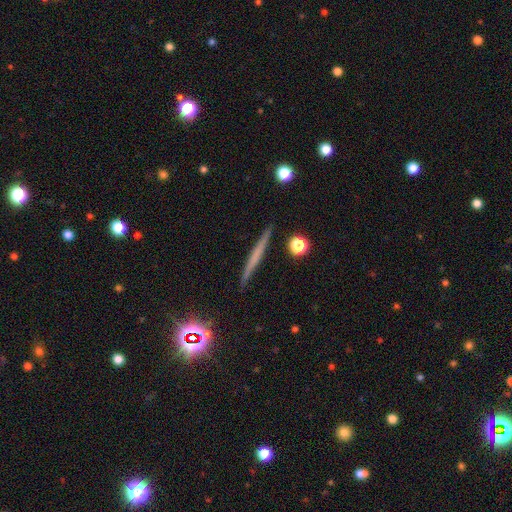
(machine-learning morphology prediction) This is possibly a featured or disk galaxy (46%). Merging: clearly none (91%).